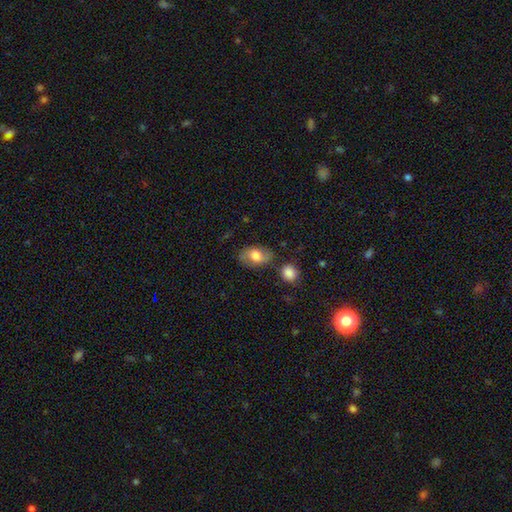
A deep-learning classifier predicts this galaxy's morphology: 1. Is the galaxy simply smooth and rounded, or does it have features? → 66% smooth, 26% featured or disk, 7% star or artifact.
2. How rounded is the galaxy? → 86% in between, 12% round, 2% cigar-shaped.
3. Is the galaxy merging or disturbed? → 67% none, 21% minor disturbance, 6% major disturbance, 6% merger.